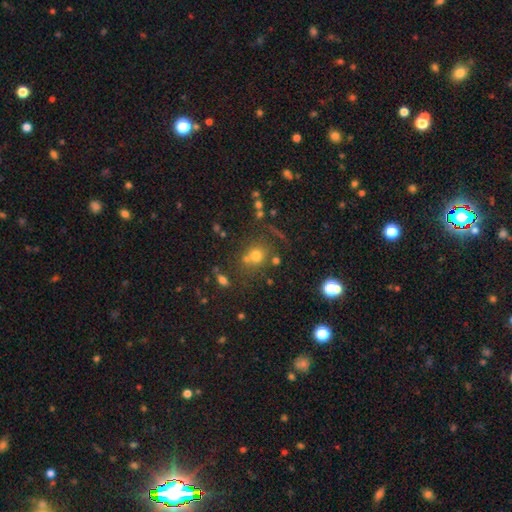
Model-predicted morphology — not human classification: This is likely a smooth galaxy (67%). How rounded: clearly round (82%). Merging: possibly none (59%).